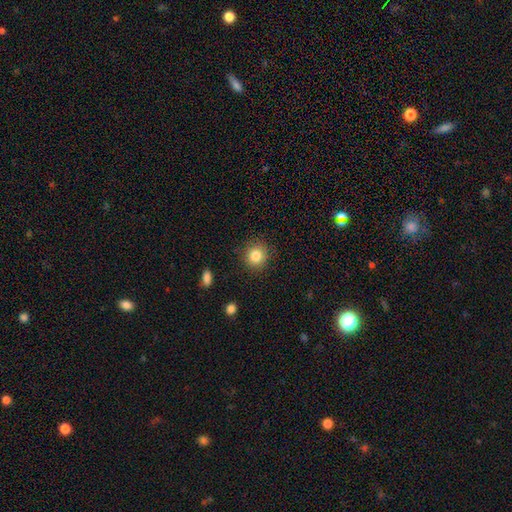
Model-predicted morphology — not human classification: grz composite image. It shows a smooth galaxy with no disk features (83%) that is round (90%). Merging: none (88%).